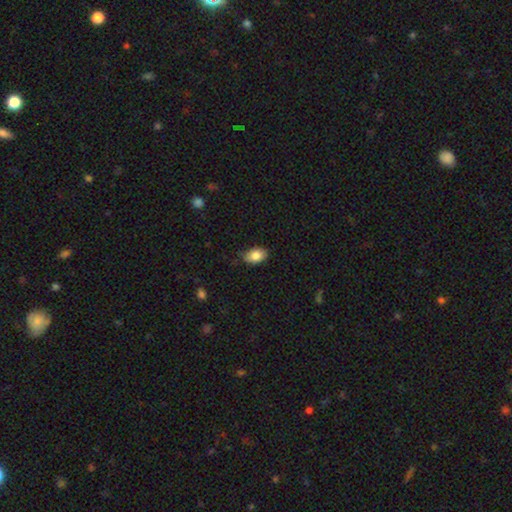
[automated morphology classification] Q: Smooth or featured?
A: smooth (83%); runner-up: featured or disk (9%)
Q: How rounded?
A: in between (88%); runner-up: round (11%)
Q: Merging?
A: none (77%); runner-up: minor disturbance (19%)